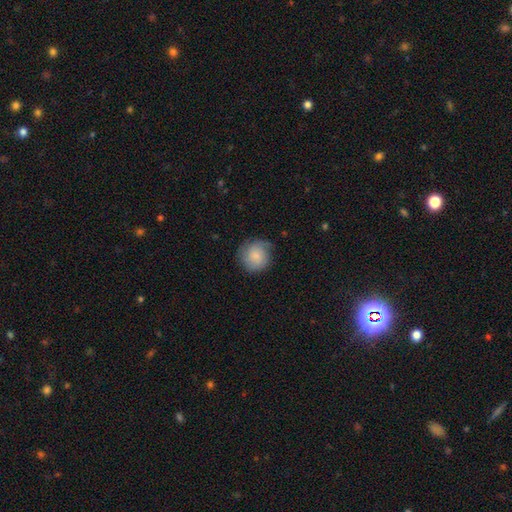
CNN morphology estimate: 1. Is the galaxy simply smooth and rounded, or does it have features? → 74% smooth, 19% featured or disk, 7% star or artifact.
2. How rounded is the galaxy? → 91% round, 8% in between, 1% cigar-shaped.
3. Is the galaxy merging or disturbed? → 67% none, 25% minor disturbance, 7% major disturbance, 1% merger.